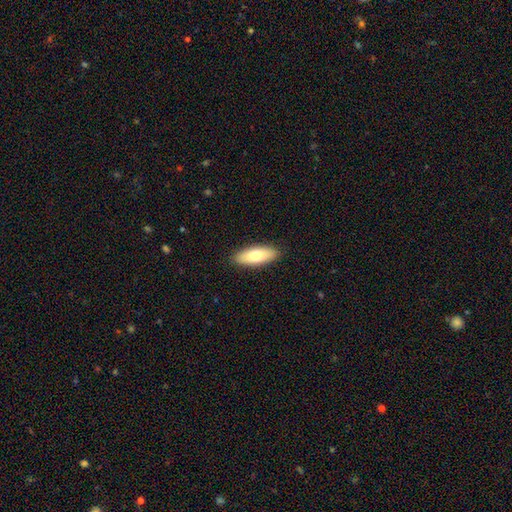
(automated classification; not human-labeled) Q: Smooth or featured?
A: smooth (72%); runner-up: featured or disk (22%)
Q: How rounded?
A: in between (69%); runner-up: cigar-shaped (28%)
Q: Merging?
A: none (90%); runner-up: minor disturbance (8%)